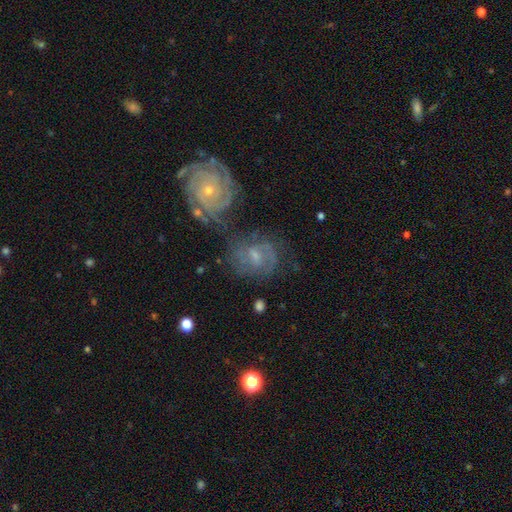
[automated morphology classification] This is clearly a featured or disk galaxy (81%). It is clearly not viewed edge-on (97%). Bar: possibly weak (48%). Spiral arm pattern: clearly yes (95%). Spiral arm count: marginally 2 (30%). Spiral winding: likely tight (64%). Central bulge: possibly small (59%). Merging: possibly none (50%).